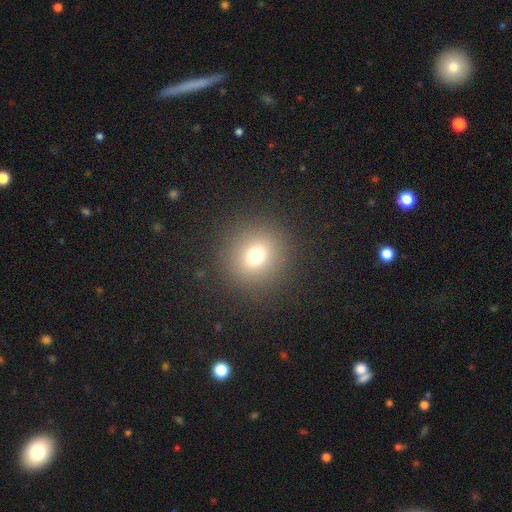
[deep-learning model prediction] Overall: smooth (71%). How rounded: round (91%). Merging: none (89%).